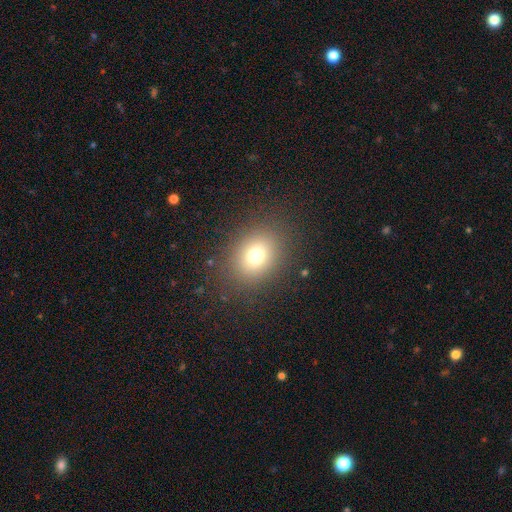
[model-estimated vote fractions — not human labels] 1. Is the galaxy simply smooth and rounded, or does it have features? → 73% smooth, 16% star or artifact, 11% featured or disk.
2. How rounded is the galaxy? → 52% round, 47% in between, 1% cigar-shaped.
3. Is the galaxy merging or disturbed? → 85% none, 9% minor disturbance, 5% major disturbance, 1% merger.